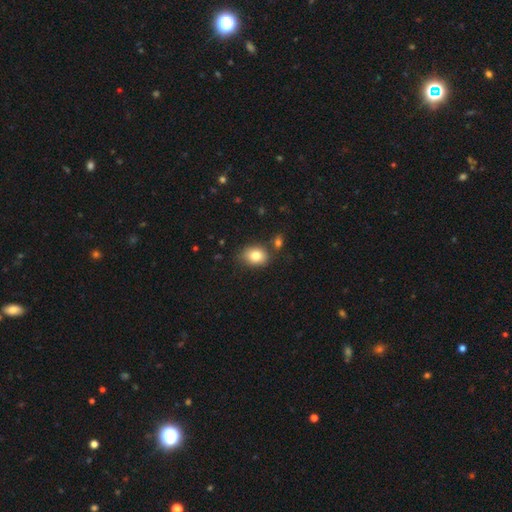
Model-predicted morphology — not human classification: A smooth galaxy with no disk features (81%) that is in between round and cigar-shaped (57%).

Vote fractions:
- Smooth or featured? smooth: 81% / featured or disk: 10% / star or artifact: 9%
- How rounded? in between: 57% / round: 42% / cigar-shaped: 1%
- Merging? none: 74% / minor disturbance: 14% / merger: 8% / major disturbance: 4%